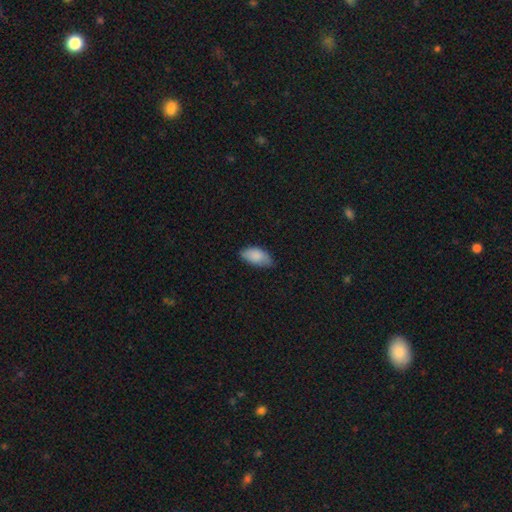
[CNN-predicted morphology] A smooth galaxy with no disk features (86%) that is in between round and cigar-shaped (94%).

Vote fractions:
- Smooth or featured? smooth: 86% / featured or disk: 8% / star or artifact: 7%
- How rounded? in between: 94% / cigar-shaped: 3% / round: 3%
- Merging? none: 67% / minor disturbance: 28% / major disturbance: 4% / merger: 1%